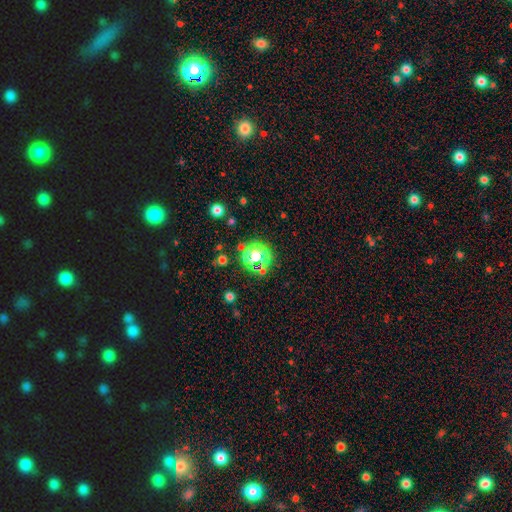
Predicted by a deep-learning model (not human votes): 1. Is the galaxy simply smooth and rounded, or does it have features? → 49% star or artifact, 42% smooth, 10% featured or disk.